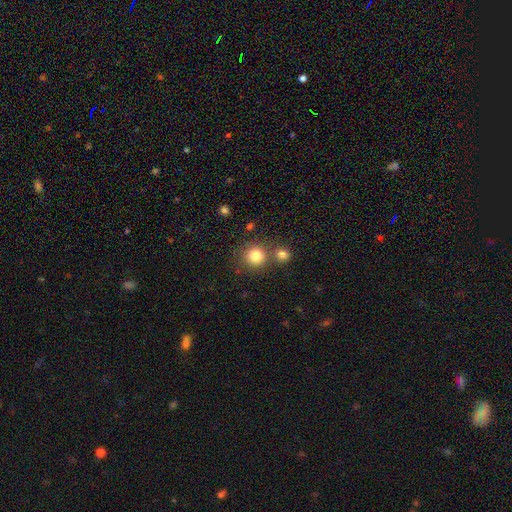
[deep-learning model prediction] Smooth or featured? smooth (82%)
How rounded? round (90%)
Merging? none (68%)